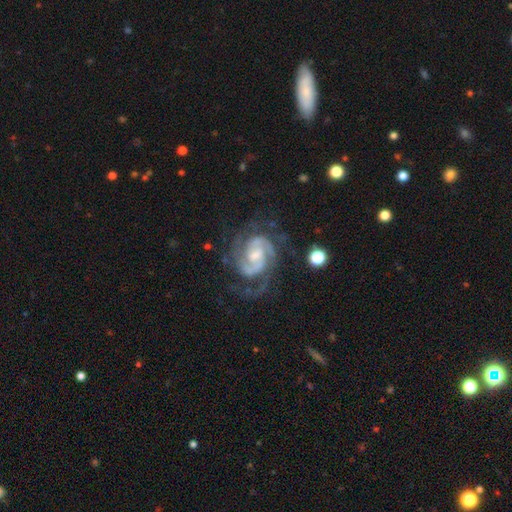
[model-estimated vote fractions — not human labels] Smooth or featured? featured or disk (91%)
Edge-on disk? no (98%)
Bar? weak (48%)
Spiral arms? yes (98%)
Spiral winding? tight (51%)
Spiral arm count? 2 (70%)
Bulge size? small (46%)
Merging? none (66%)